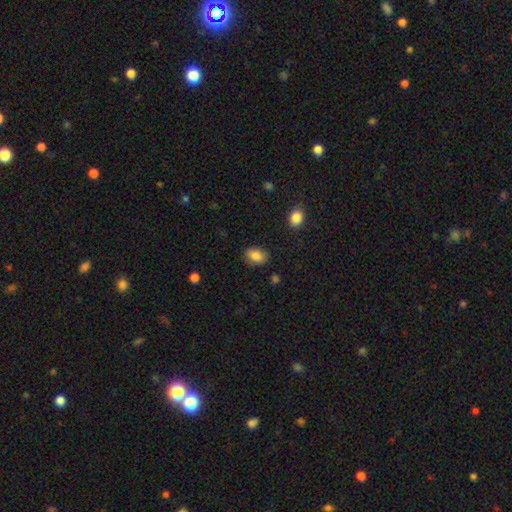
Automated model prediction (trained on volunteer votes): This is clearly a smooth galaxy (85%). How rounded: likely in between (77%). Merging: clearly none (85%).